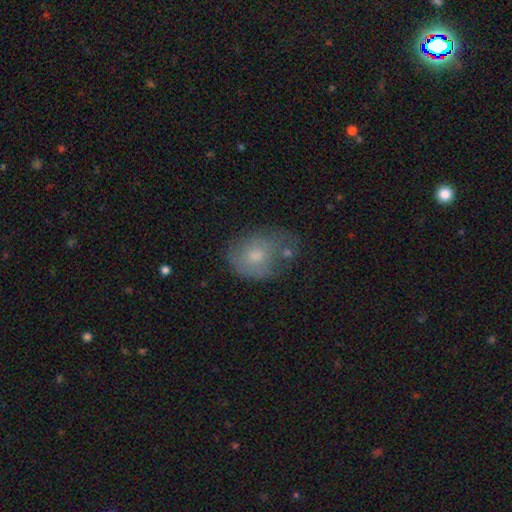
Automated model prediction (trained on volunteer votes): A smooth galaxy with no disk features (60%) that is in between round and cigar-shaped (58%). Merging: none (41%).